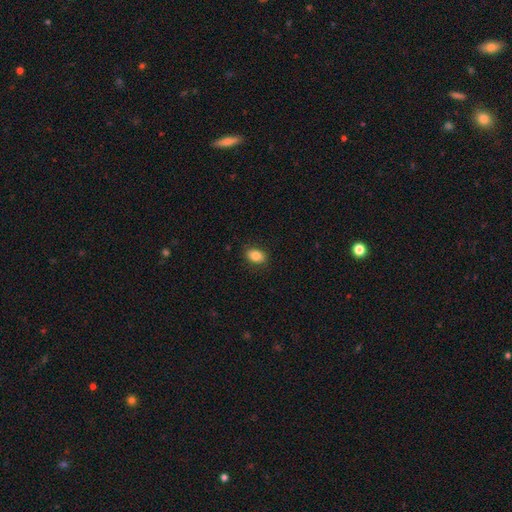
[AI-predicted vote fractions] Q: Smooth or featured?
A: smooth (84%); runner-up: star or artifact (8%)
Q: How rounded?
A: in between (78%); runner-up: round (20%)
Q: Merging?
A: none (85%); runner-up: minor disturbance (11%)